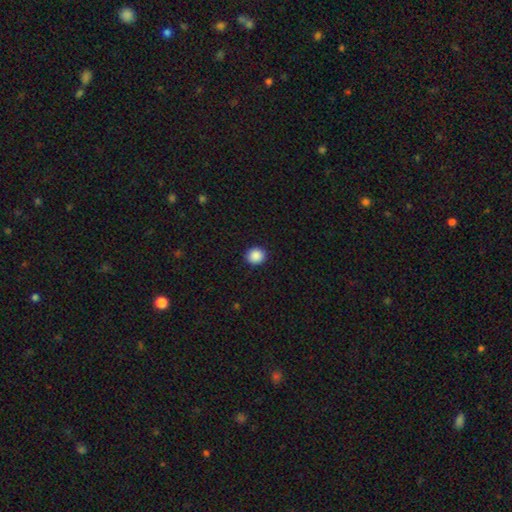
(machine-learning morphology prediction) type=smooth (89%); roundness=round (81%); merging=none (92%).